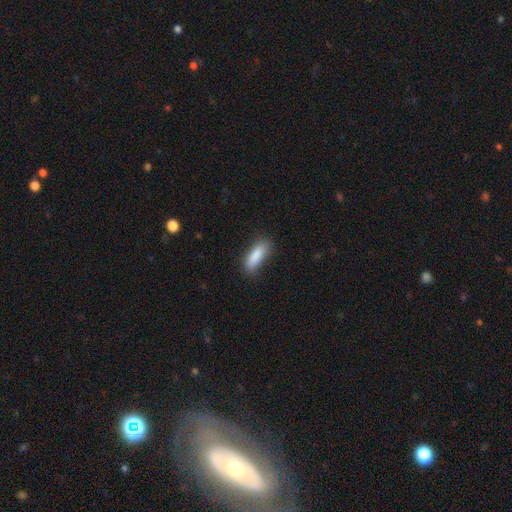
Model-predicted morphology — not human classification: Smooth or featured: smooth — 87% (featured or disk — 7%)
How rounded: in between — 59% (cigar-shaped — 39%)
Merging: none — 79% (minor disturbance — 16%)